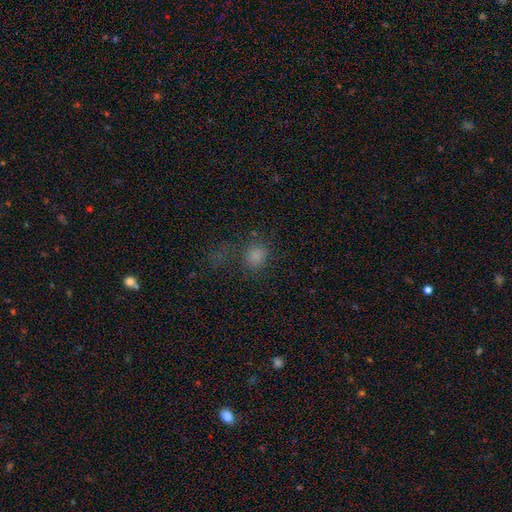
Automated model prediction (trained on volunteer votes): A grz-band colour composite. It shows a smooth galaxy with no disk features (75%) that is round (70%). Merging: none (61%).